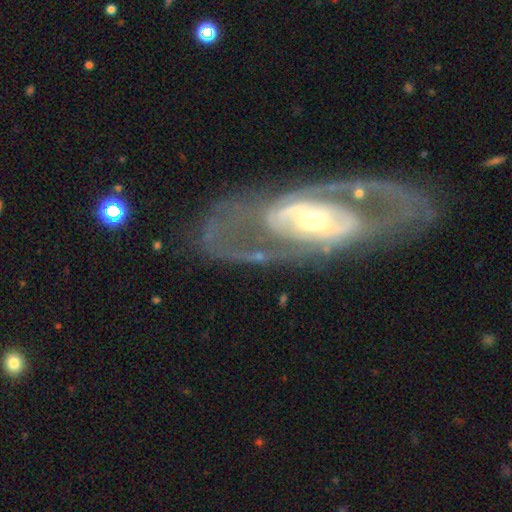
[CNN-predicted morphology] smooth_or_featured: featured or disk (p=0.83) [alt: smooth p=0.11]
disk_edge_on: no (p=0.91) [alt: yes p=0.09]
bar: no (p=0.46) [alt: weak p=0.30]
has_spiral_arms: yes (p=0.75) [alt: no p=0.25]
spiral_winding: tight (p=0.42) [alt: medium p=0.38]
spiral_arm_count: 2 (p=0.64) [alt: can't tell p=0.21]
bulge_size: moderate (p=0.51) [alt: small p=0.41]
merging: none (p=0.60) [alt: major disturbance p=0.19]